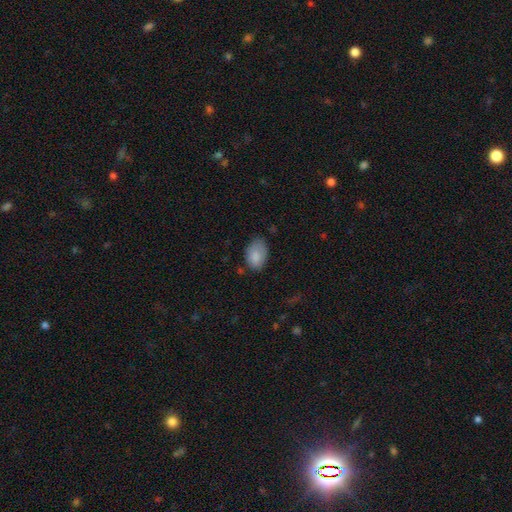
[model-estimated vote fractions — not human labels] This is clearly a smooth galaxy (84%). How rounded: clearly in between (87%). Merging: possibly none (59%).